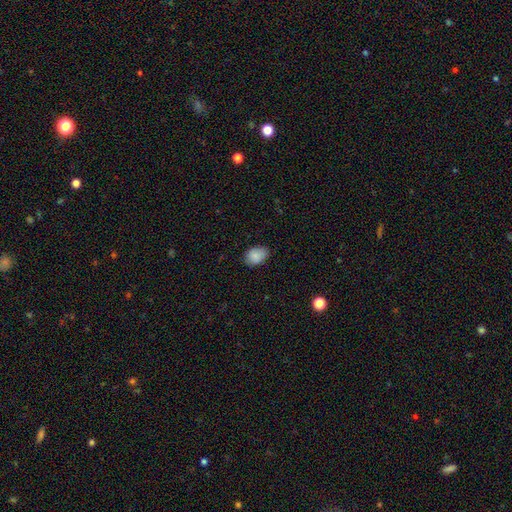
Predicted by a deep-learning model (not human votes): smooth-or-featured: smooth: 88% | star or artifact: 7% | featured or disk: 5%
  how-rounded: in between: 79% | round: 20% | cigar-shaped: 1%
  merging: none: 78% | minor disturbance: 18% | major disturbance: 3% | merger: 1%